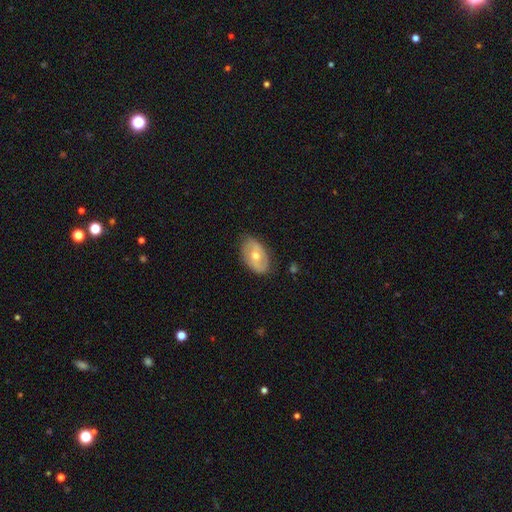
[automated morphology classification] Smooth or featured: featured or disk — 51% (smooth — 42%)
Edge-on disk: no — 91% (yes — 9%)
Merging: none — 78% (minor disturbance — 17%)